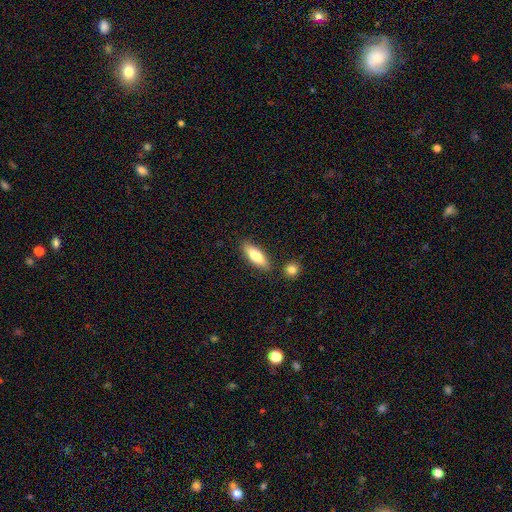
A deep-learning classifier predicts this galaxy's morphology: smooth-or-featured: smooth: 75% | featured or disk: 20% | star or artifact: 6%
  how-rounded: in between: 54% | cigar-shaped: 44% | round: 2%
  merging: none: 83% | minor disturbance: 10% | merger: 4% | major disturbance: 2%